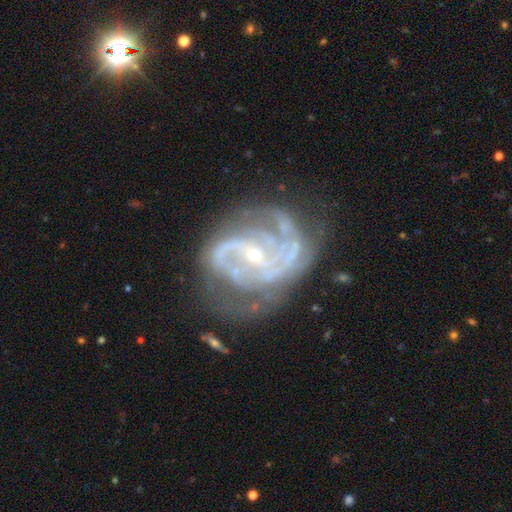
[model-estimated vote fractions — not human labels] The model was most divided on "spiral winding": medium: 47%, tight: 36%, loose: 17%. Remaining: edge-on disk — no (98%); spiral arms — yes (95%); smooth or featured — featured or disk (89%); bulge size — small (79%); bar — no (49%); merging — none (49%); spiral arm count — 2 (40%).